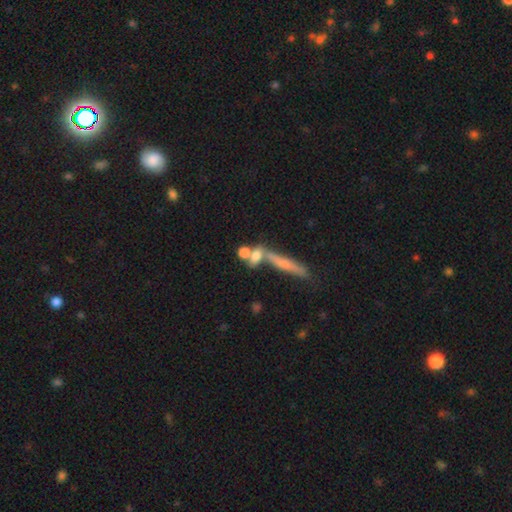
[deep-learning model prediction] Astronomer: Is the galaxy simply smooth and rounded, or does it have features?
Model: smooth — 67%.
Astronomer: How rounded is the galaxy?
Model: in between — 42% (runner-up: round, 30%).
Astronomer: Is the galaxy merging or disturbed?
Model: none — 42% (runner-up: merger, 40%).